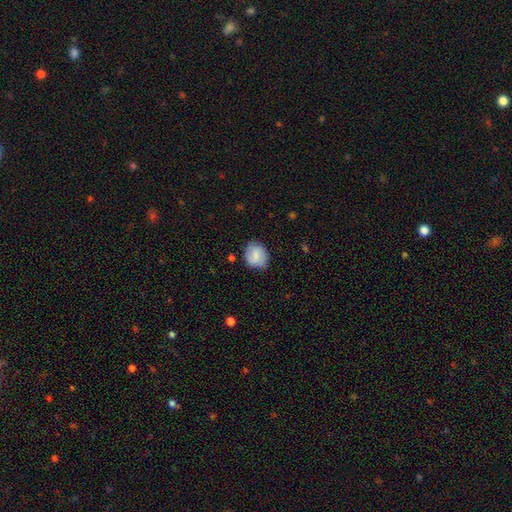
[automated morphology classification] type=smooth (61%); roundness=round (63%); merging=none (73%).